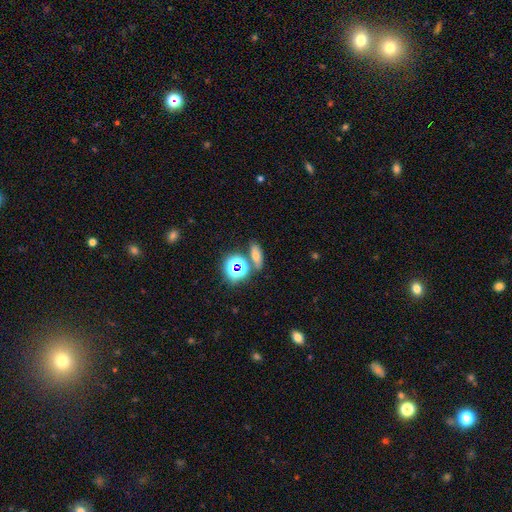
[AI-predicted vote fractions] This is possibly a smooth galaxy (55%). How rounded: possibly in between (59%). Merging: likely none (72%).